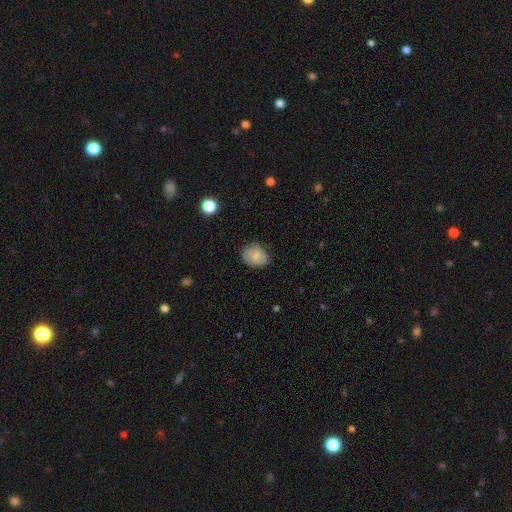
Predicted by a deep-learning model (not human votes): Smooth or featured: smooth — 74% (featured or disk — 18%)
How rounded: round — 52% (in between — 47%)
Merging: none — 71% (minor disturbance — 23%)